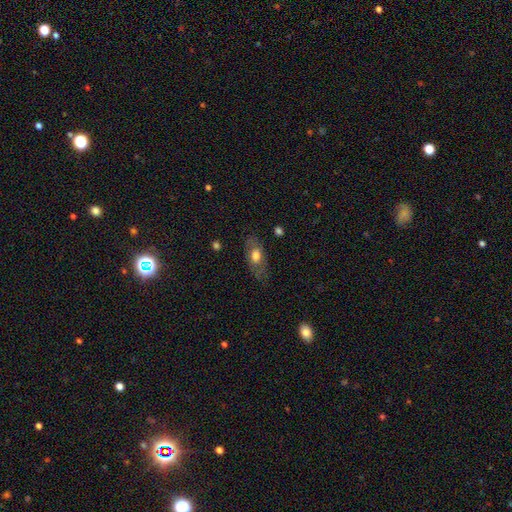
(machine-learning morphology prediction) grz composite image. It shows a smooth galaxy with no disk features (62%) that is in between round and cigar-shaped (84%). Merging: none (71%).